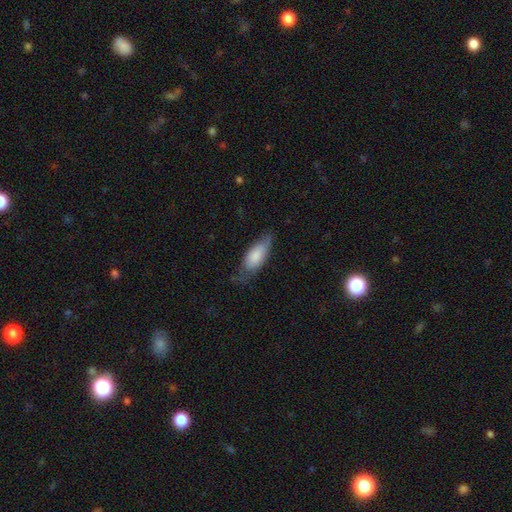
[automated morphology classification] A smooth galaxy with no disk features (75%) that is in between round and cigar-shaped (78%).

Vote fractions:
- Smooth or featured? smooth: 75% / featured or disk: 19% / star or artifact: 6%
- How rounded? in between: 78% / cigar-shaped: 20% / round: 2%
- Merging? none: 54% / minor disturbance: 33% / major disturbance: 11% / merger: 2%